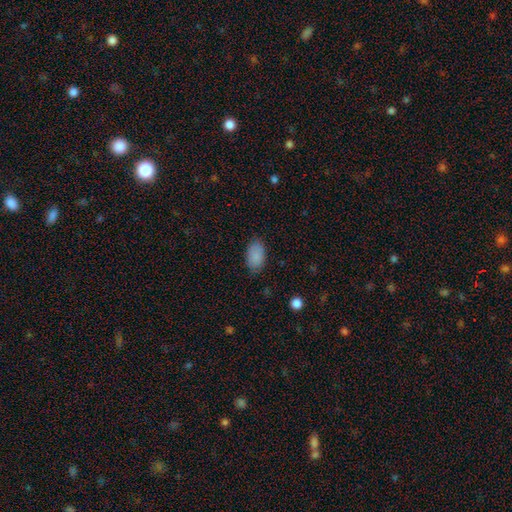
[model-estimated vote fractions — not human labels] Smooth or featured?
  - smooth: 88% *
  - star or artifact: 7%
  - featured or disk: 5%
How rounded?
  - in between: 93% *
  - round: 6%
  - cigar-shaped: 1%
Merging?
  - none: 82% *
  - minor disturbance: 14%
  - major disturbance: 3%
  - merger: 1%